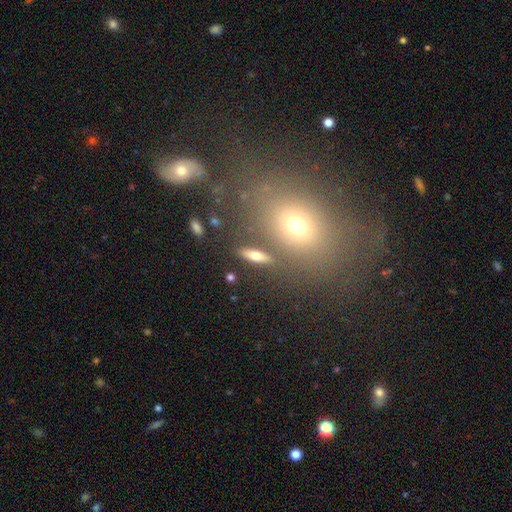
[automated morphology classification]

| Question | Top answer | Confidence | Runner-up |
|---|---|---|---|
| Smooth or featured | smooth | 56% | featured or disk (32%) |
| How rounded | in between | 46% | cigar-shaped (44%) |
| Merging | none | 82% | minor disturbance (9%) |